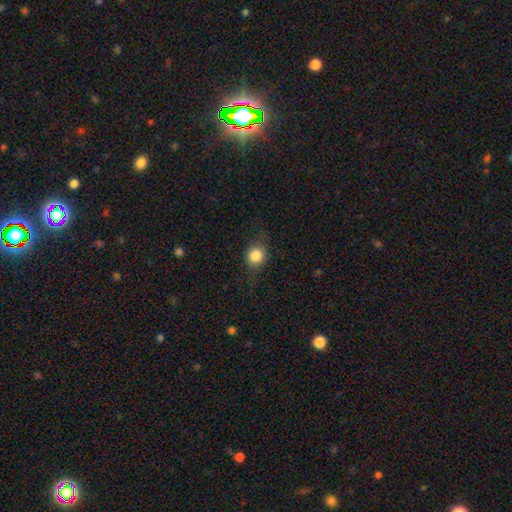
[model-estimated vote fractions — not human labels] Q: Smooth or featured?
A: smooth (82%); runner-up: star or artifact (10%)
Q: How rounded?
A: round (73%); runner-up: in between (26%)
Q: Merging?
A: none (76%); runner-up: minor disturbance (17%)